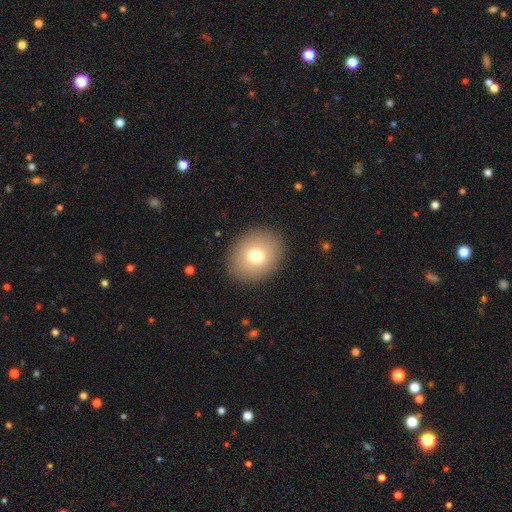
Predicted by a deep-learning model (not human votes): Morphology: type=smooth (73%); roundness=round (58%); merging=none (89%).